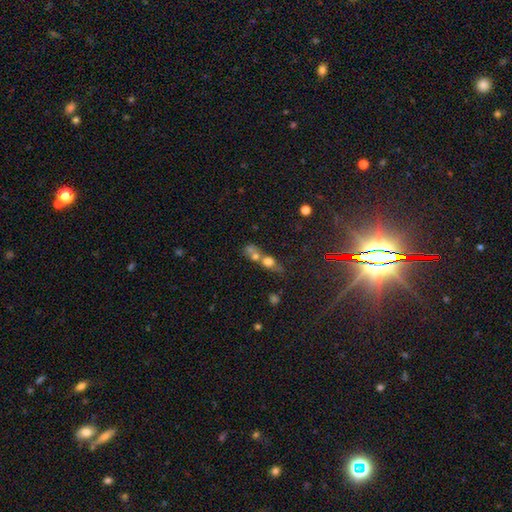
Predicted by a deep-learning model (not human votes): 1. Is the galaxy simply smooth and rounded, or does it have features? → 48% smooth, 26% star or artifact, 26% featured or disk.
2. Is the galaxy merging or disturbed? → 57% merger, 28% none, 9% minor disturbance, 7% major disturbance.